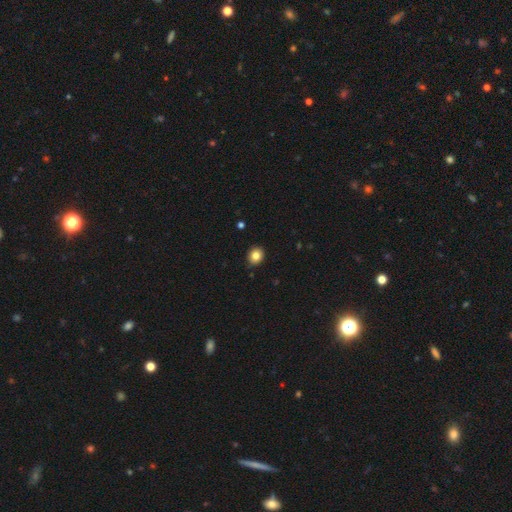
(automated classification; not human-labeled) Smooth or featured: smooth — 83% (star or artifact — 10%)
How rounded: round — 75% (in between — 24%)
Merging: none — 88% (minor disturbance — 9%)